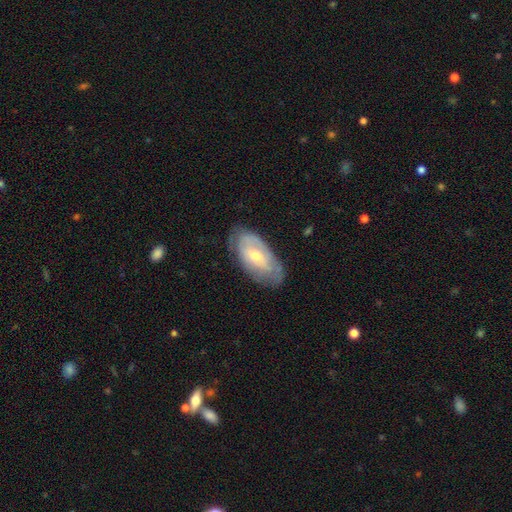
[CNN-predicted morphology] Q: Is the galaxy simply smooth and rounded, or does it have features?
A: featured or disk — 55%.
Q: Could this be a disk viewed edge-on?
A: no — 89%.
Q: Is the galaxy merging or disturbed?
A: none — 66%.